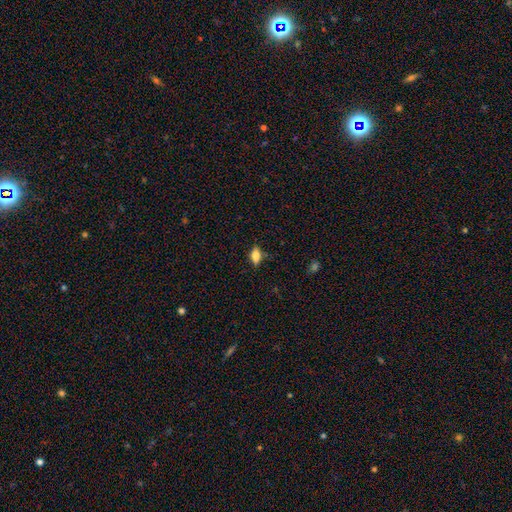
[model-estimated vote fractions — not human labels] A smooth galaxy with no disk features (68%) that is in between round and cigar-shaped (82%). Merging: none (76%).